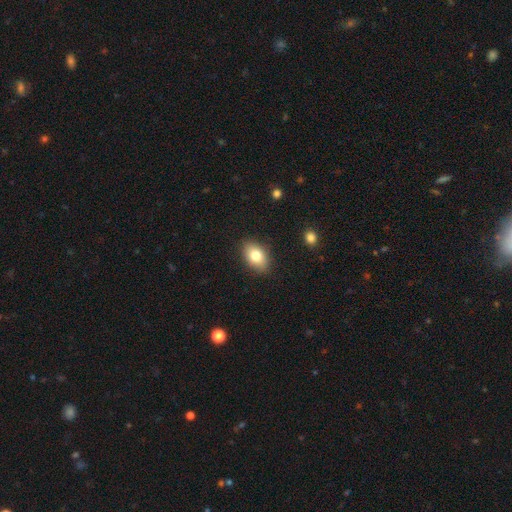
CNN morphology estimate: Smooth or featured? smooth (81%)
How rounded? in between (86%)
Merging? none (86%)